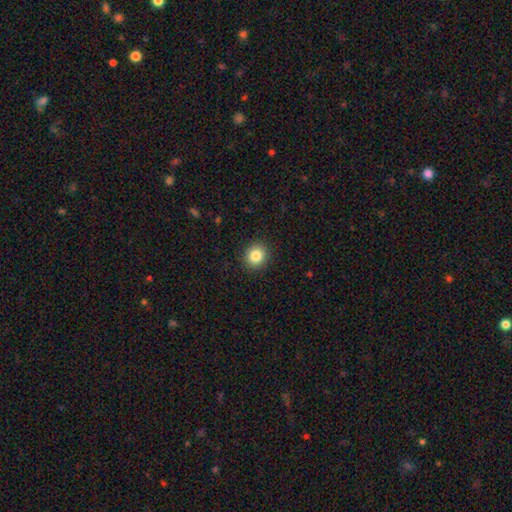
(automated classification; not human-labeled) Smooth or featured? smooth (84%)
How rounded? round (85%)
Merging? none (91%)